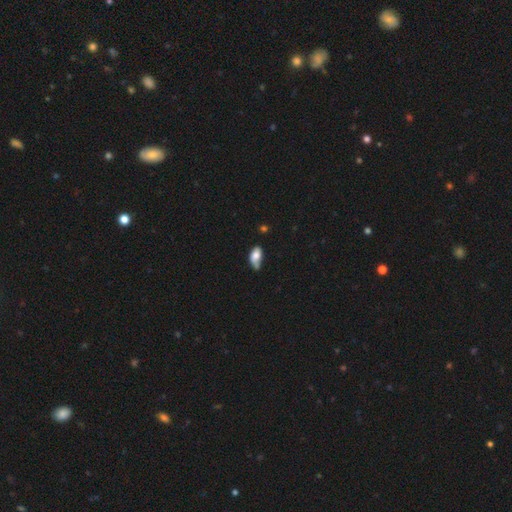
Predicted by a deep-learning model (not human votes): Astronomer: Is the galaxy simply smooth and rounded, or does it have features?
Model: smooth — 74%.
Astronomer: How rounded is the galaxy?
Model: in between — 91%.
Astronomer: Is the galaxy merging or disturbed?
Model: minor disturbance — 43% (runner-up: none, 35%).